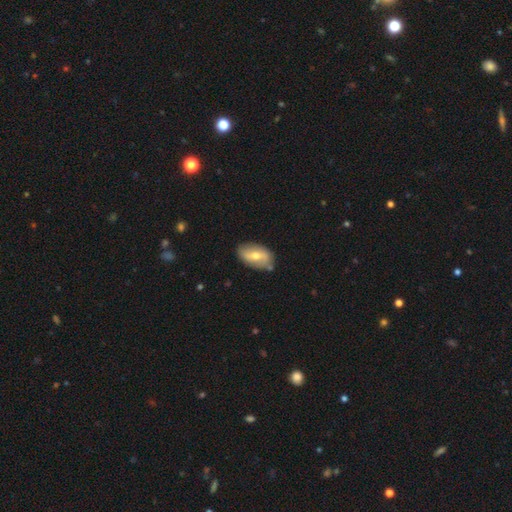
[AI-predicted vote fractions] Smooth or featured?
  - smooth: 47% * (tied)
  - featured or disk: 47% * (tied)
  - star or artifact: 6%
Merging?
  - none: 74% *
  - minor disturbance: 18%
  - merger: 4%
  - major disturbance: 4%